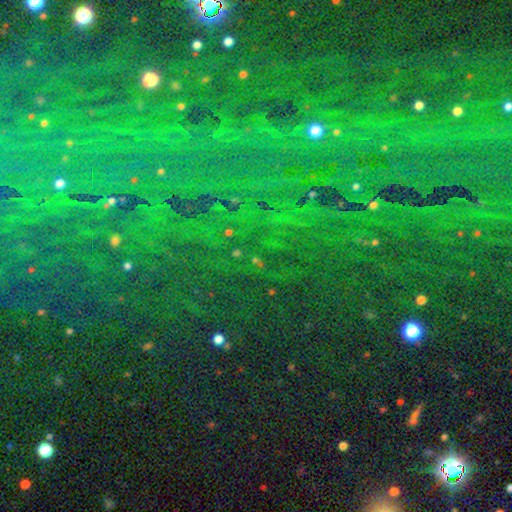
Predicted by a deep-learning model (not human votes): Smooth or featured? Predicted: star or artifact (p=0.86).